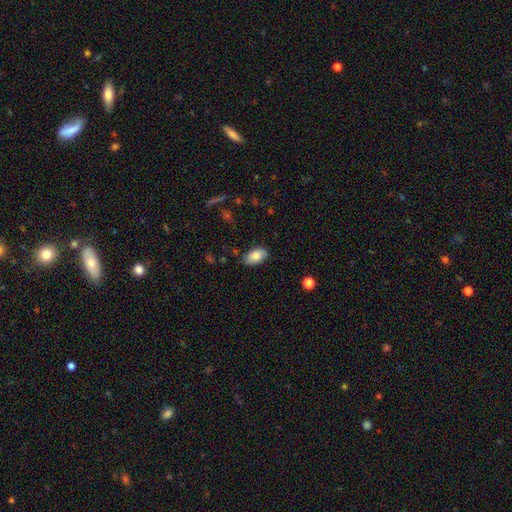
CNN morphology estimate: type=smooth (84%); roundness=in between (94%); merging=none (84%).